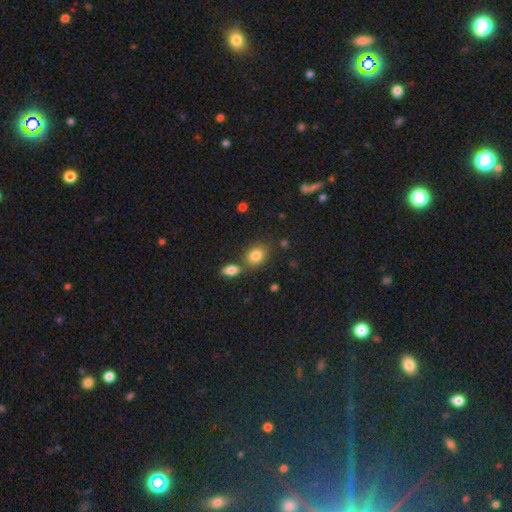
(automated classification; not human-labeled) This appears to be a smooth galaxy with no disk features (83%) that is in between round and cigar-shaped (54%). Merging: none (63%).